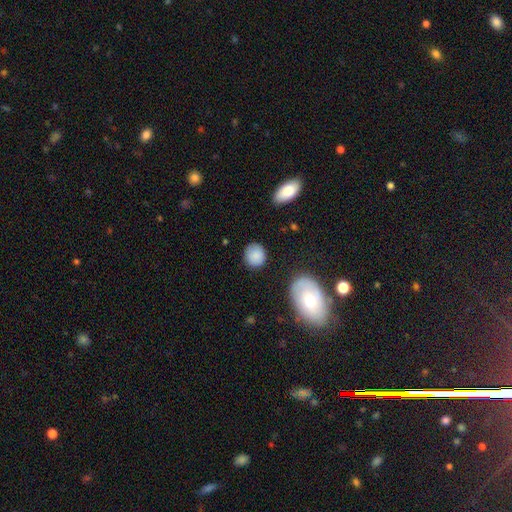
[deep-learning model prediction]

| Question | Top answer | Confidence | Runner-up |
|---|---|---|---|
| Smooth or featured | smooth | 86% | star or artifact (8%) |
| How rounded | round | 82% | in between (17%) |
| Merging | none | 83% | minor disturbance (12%) |